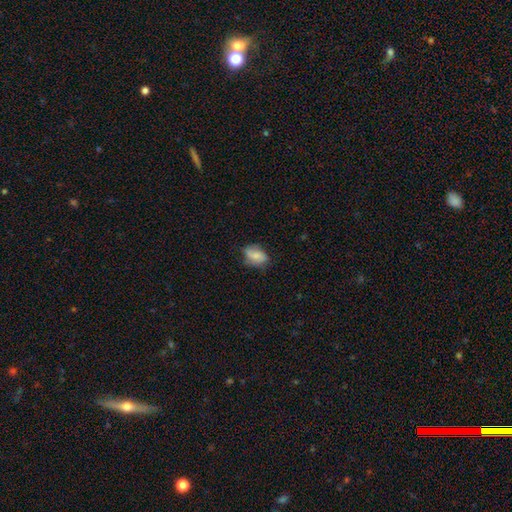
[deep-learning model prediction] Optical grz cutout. It shows a smooth galaxy with no disk features (72%) that is in between round and cigar-shaped (84%). Merging: none (64%).